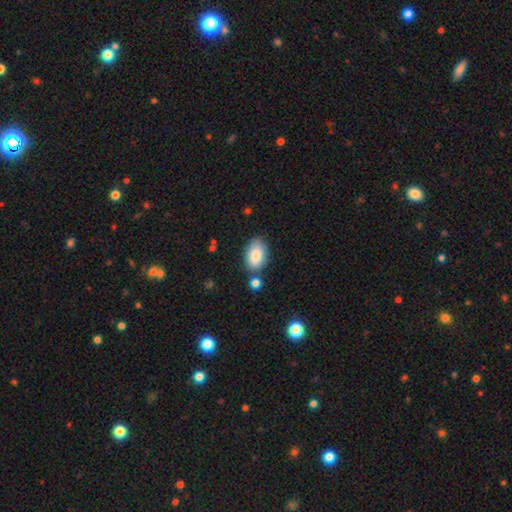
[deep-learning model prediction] smooth_or_featured: smooth (p=0.83) [alt: featured or disk p=0.10]
how_rounded: in between (p=0.93) [alt: round p=0.05]
merging: none (p=0.71) [alt: minor disturbance p=0.16]